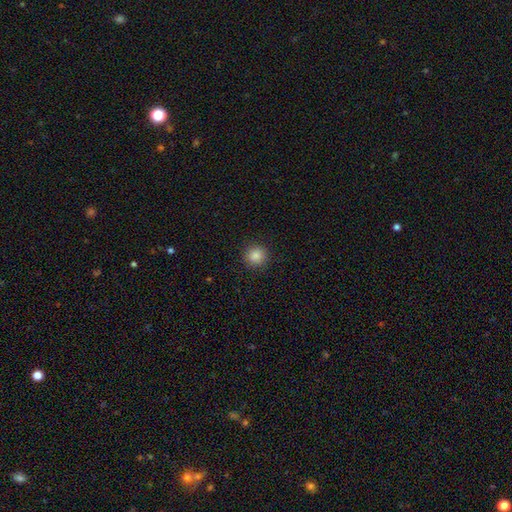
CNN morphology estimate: A smooth galaxy with no disk features (86%) that is round (93%). Merging: none (91%).